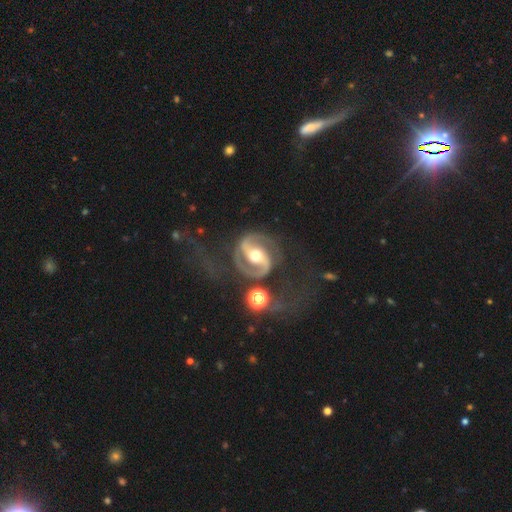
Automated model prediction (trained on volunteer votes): Smooth or featured? Predicted: featured or disk (p=0.91). Edge-on disk? Predicted: no (p=0.98). Bar? Predicted: strong (p=0.51). Spiral arms? Predicted: yes (p=0.97). Spiral winding? Predicted: medium (p=0.58). Spiral arm count? Predicted: 2 (p=0.93). Bulge size? Predicted: moderate (p=0.74). Merging? Predicted: none (p=0.67).